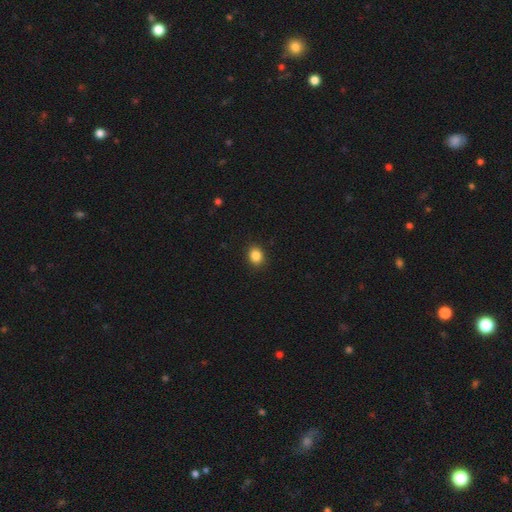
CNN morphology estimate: A smooth galaxy with no disk features (86%) that is round (59%).

Vote fractions:
- Smooth or featured? smooth: 86% / star or artifact: 10% / featured or disk: 4%
- How rounded? round: 59% / in between: 40% / cigar-shaped: 1%
- Merging? none: 90% / minor disturbance: 7% / major disturbance: 2% / merger: 1%